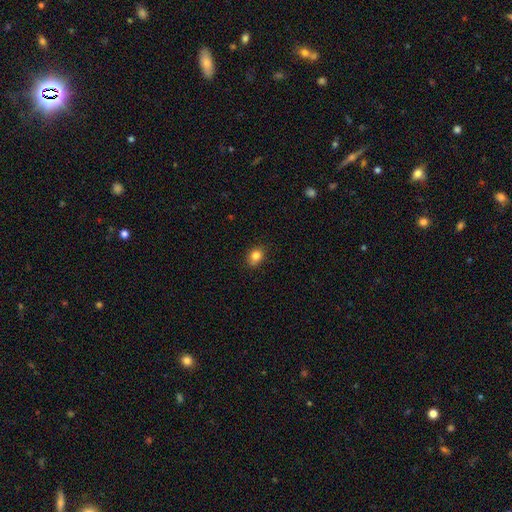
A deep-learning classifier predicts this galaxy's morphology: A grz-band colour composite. It shows a smooth galaxy with no disk features (83%) that is in between round and cigar-shaped (55%). Merging: none (85%).